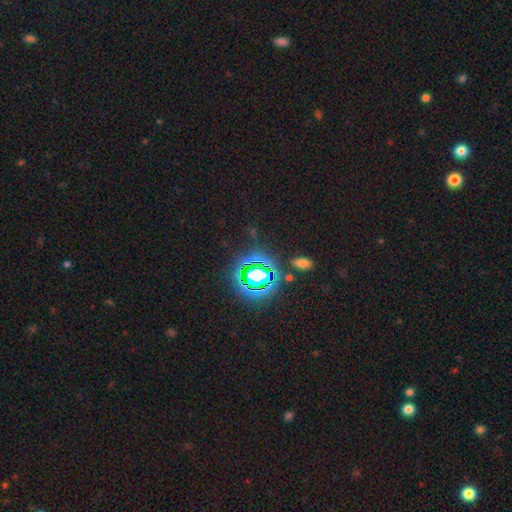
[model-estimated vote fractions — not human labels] Morphology: type=star or artifact (81%).